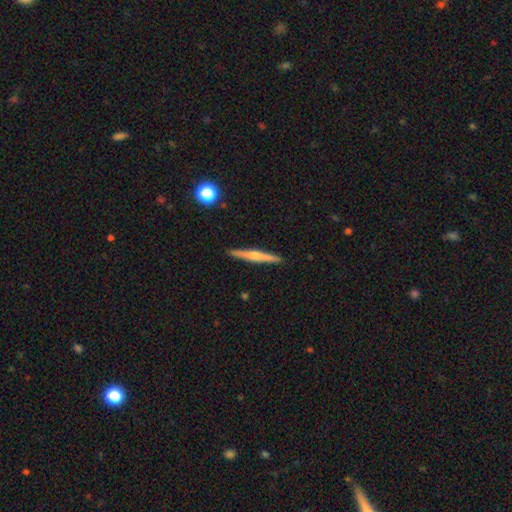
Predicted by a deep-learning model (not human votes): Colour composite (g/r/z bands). It shows a featured or disk galaxy (58%) viewed edge-on (98%) with a rounded central bulge (73%). Merging: none (92%).